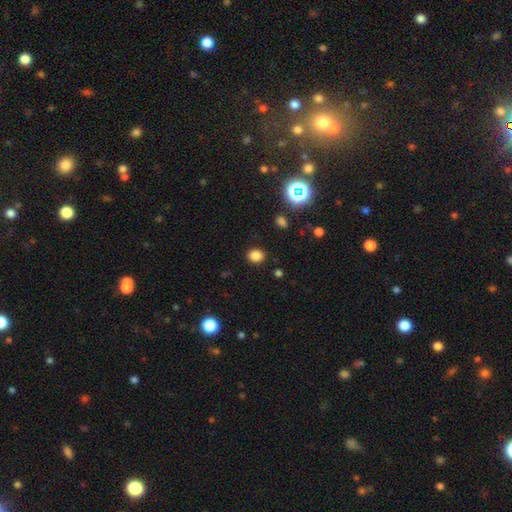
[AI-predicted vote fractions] smooth 83%, star or artifact 13%, featured or disk 4%. Down the decision tree: how rounded — round (65%); merging — none (89%).